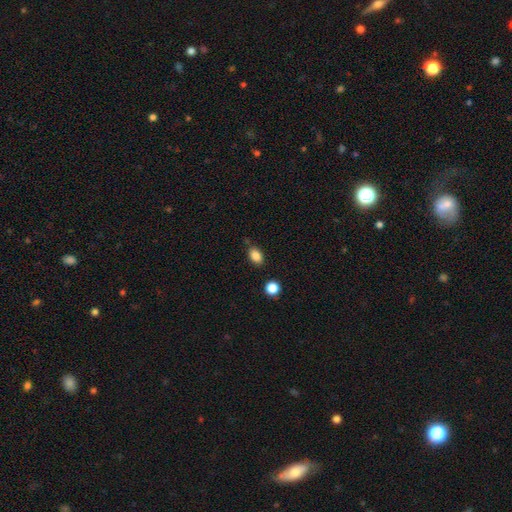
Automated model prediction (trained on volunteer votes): A smooth galaxy with no disk features (86%) that is in between round and cigar-shaped (80%).

Vote fractions:
- Smooth or featured? smooth: 86% / star or artifact: 10% / featured or disk: 4%
- How rounded? in between: 80% / round: 18% / cigar-shaped: 2%
- Merging? none: 78% / minor disturbance: 14% / merger: 4% / major disturbance: 3%